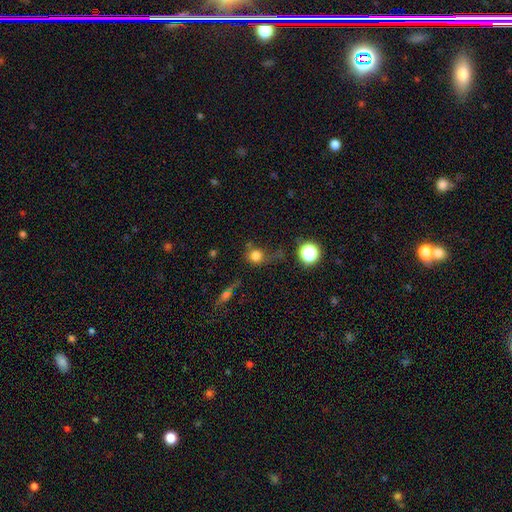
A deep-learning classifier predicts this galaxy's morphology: This appears to be a smooth galaxy with no disk features (76%) that is round (83%). Merging: none (52%).